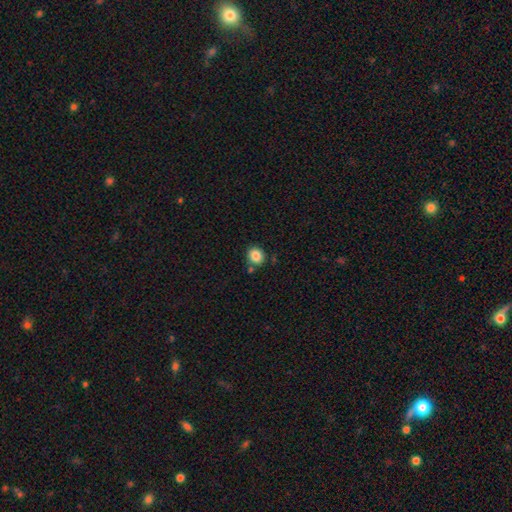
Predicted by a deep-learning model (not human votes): Smooth or featured?
  - smooth: 86% *
  - star or artifact: 9%
  - featured or disk: 4%
How rounded?
  - round: 79% *
  - in between: 21%
  - cigar-shaped: 1%
Merging?
  - none: 78% *
  - minor disturbance: 10%
  - merger: 9%
  - major disturbance: 3%